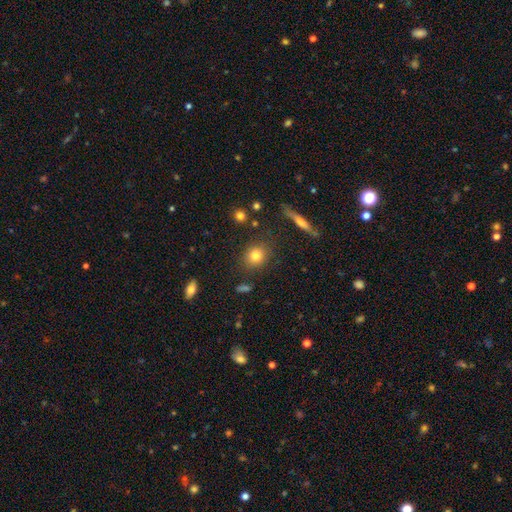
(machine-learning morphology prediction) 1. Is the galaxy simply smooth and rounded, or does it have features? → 80% smooth, 11% star or artifact, 9% featured or disk.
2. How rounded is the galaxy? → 74% round, 24% in between, 2% cigar-shaped.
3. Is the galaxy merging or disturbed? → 85% none, 9% minor disturbance, 3% merger, 3% major disturbance.